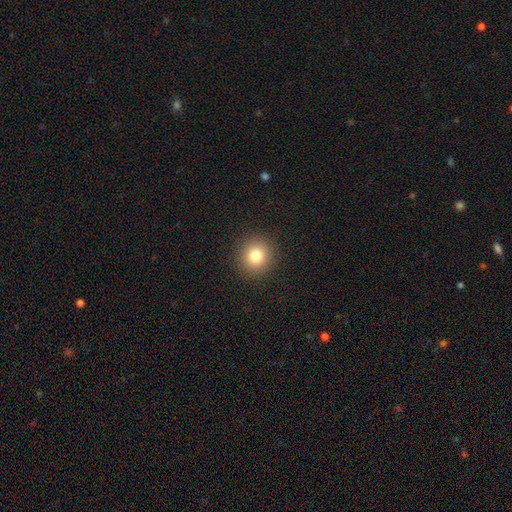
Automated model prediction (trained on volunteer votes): This appears to be a smooth galaxy with no disk features (81%) that is round (91%). Merging: none (91%).